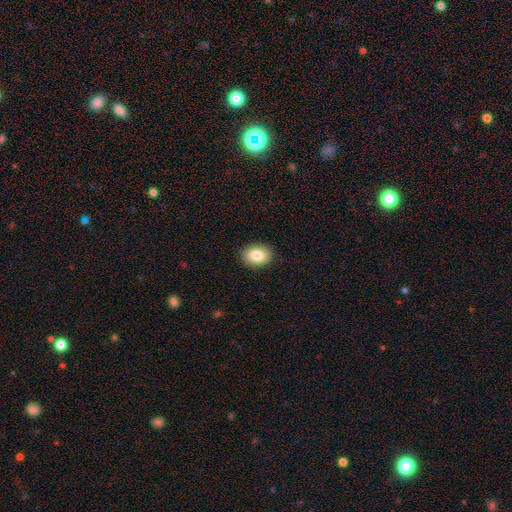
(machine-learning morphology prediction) Smooth or featured? Predicted: smooth (p=0.85). How rounded? Predicted: in between (p=0.70). Merging? Predicted: none (p=0.90).